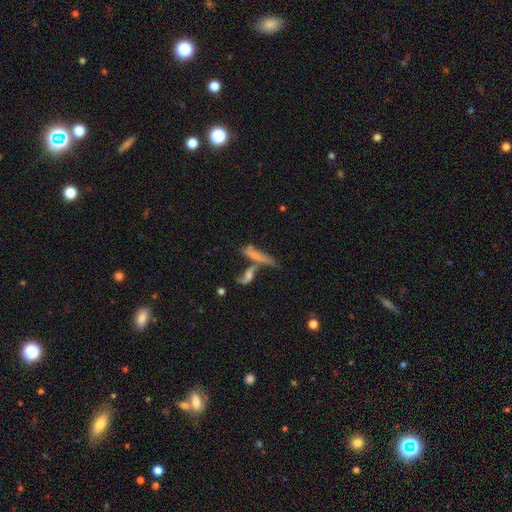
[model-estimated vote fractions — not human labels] This appears to be a smooth galaxy with no disk features (51%) that is cigar-shaped (74%). Merging: merger (50%).